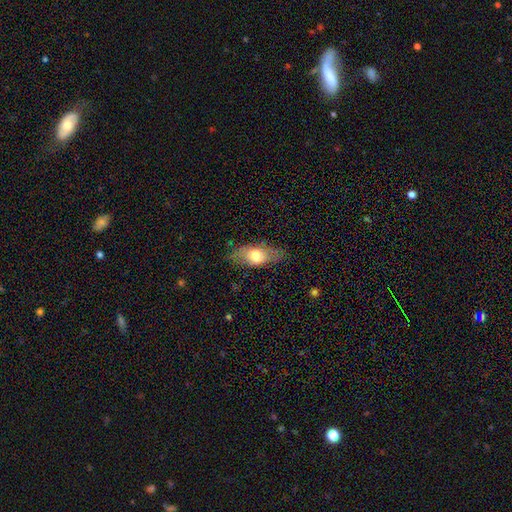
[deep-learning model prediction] smooth-or-featured: smooth: 62% | featured or disk: 31% | star or artifact: 7%
  how-rounded: in between: 79% | cigar-shaped: 16% | round: 6%
  merging: none: 72% | minor disturbance: 20% | major disturbance: 7% | merger: 1%